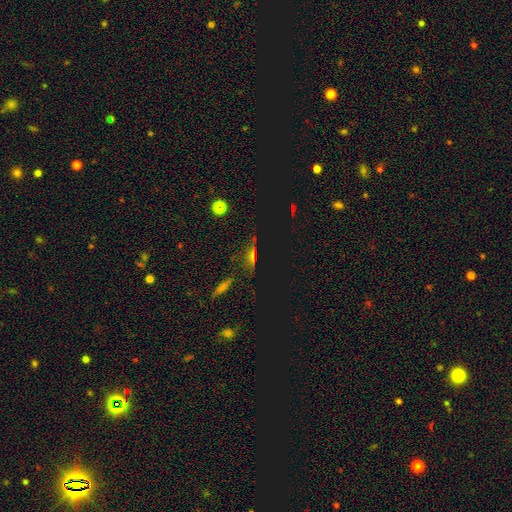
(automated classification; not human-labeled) Morphology: type=star or artifact (51%).